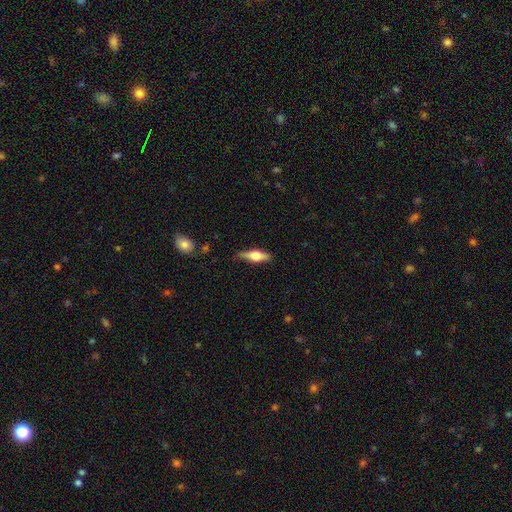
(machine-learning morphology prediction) This appears to be a featured or disk galaxy (54%) viewed edge-on (94%) with a rounded central bulge (91%). Merging: none (79%).